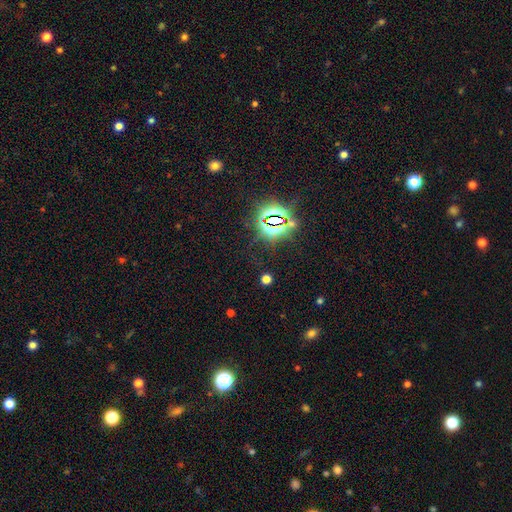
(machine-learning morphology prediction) smooth-or-featured: star or artifact: 81% | smooth: 12% | featured or disk: 7%